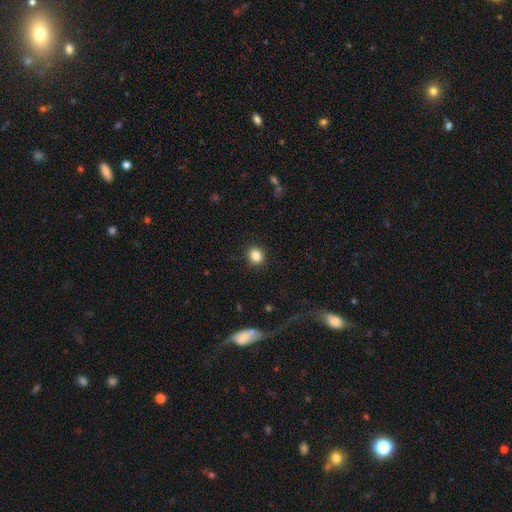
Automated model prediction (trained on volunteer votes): Smooth or featured? Predicted: smooth (p=0.84). How rounded? Predicted: round (p=0.89). Merging? Predicted: none (p=0.92).